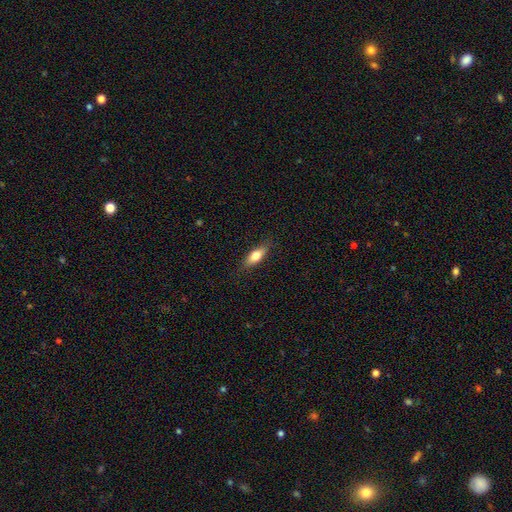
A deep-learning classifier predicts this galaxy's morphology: Smooth or featured? smooth (71%)
How rounded? in between (63%)
Merging? none (85%)